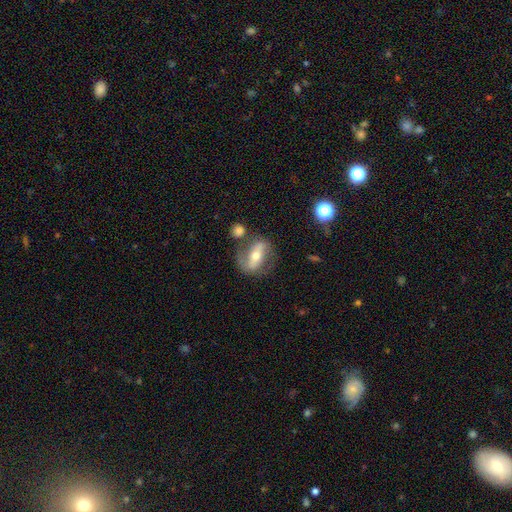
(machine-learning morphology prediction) Smooth or featured? Predicted: featured or disk (p=0.69). Edge-on disk? Predicted: no (p=0.88). Bar? Predicted: strong (p=0.59). Spiral arms? Predicted: yes (p=0.73). Bulge size? Predicted: moderate (p=0.60). Merging? Predicted: none (p=0.64).